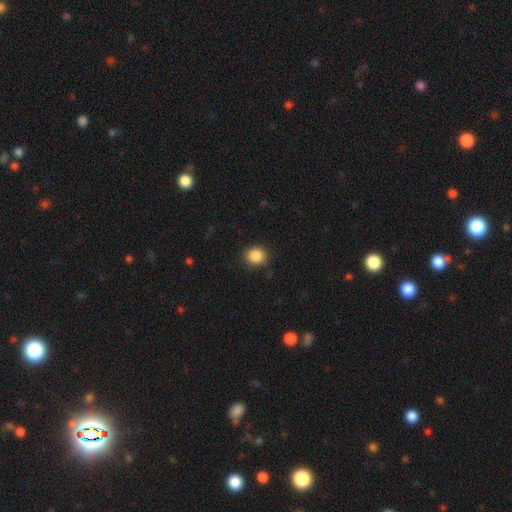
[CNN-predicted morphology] smooth-or-featured: smooth: 88% | star or artifact: 9% | featured or disk: 3%
  how-rounded: round: 77% | in between: 22% | cigar-shaped: 1%
  merging: none: 87% | minor disturbance: 10% | major disturbance: 2% | merger: 1%